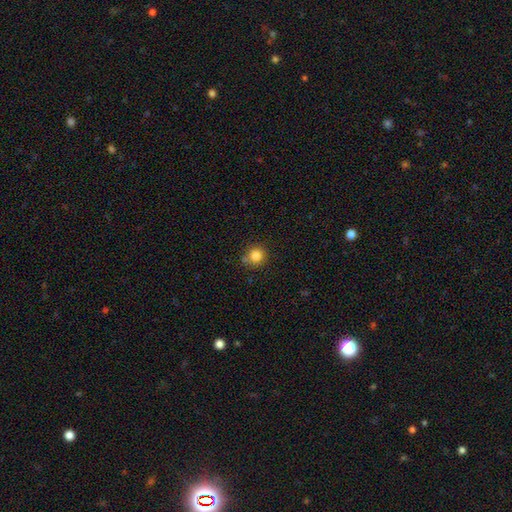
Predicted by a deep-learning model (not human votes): The model was most divided on "merging": none: 75%, minor disturbance: 15%, merger: 7%, major disturbance: 3%. More confident: how rounded — round (91%); smooth or featured — smooth (84%).